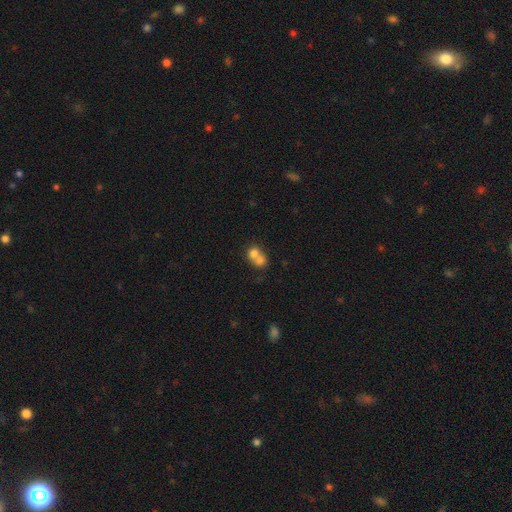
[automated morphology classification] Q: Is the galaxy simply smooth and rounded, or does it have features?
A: smooth — 72%.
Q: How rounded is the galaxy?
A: round — 70%.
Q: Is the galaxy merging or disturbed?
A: merger — 70%.